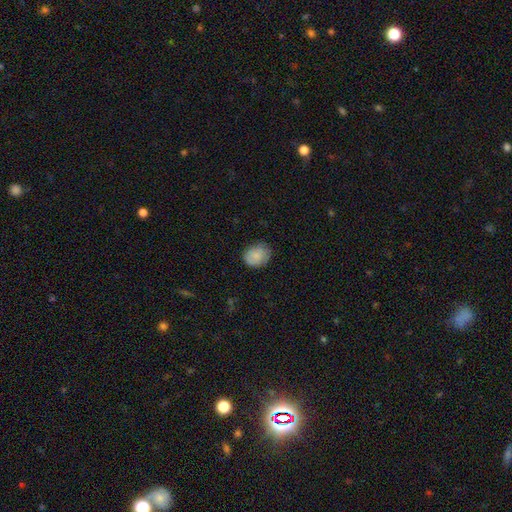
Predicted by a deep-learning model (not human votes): Morphology: type=smooth (82%); roundness=in between (51%); merging=none (76%).